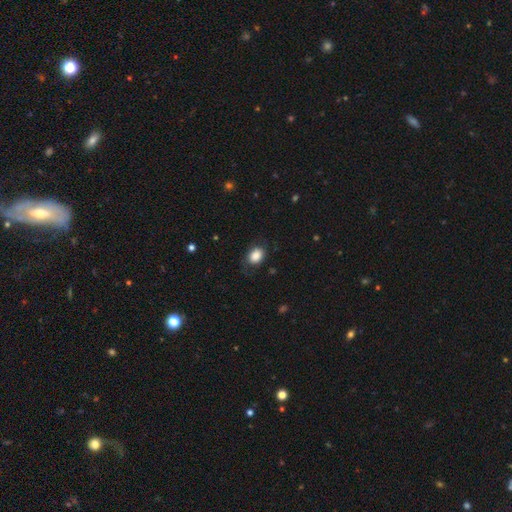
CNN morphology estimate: A smooth galaxy with no disk features (85%) that is in between round and cigar-shaped (67%).

Vote fractions:
- Smooth or featured? smooth: 85% / star or artifact: 8% / featured or disk: 7%
- How rounded? in between: 67% / round: 32% / cigar-shaped: 1%
- Merging? none: 74% / minor disturbance: 18% / major disturbance: 7% / merger: 1%